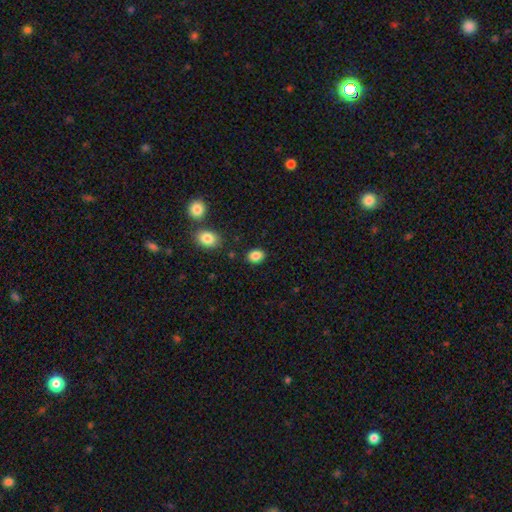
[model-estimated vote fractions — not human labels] smooth-or-featured: smooth: 87% | star or artifact: 9% | featured or disk: 4%
  how-rounded: in between: 66% | round: 33% | cigar-shaped: 1%
  merging: none: 85% | minor disturbance: 9% | merger: 3% | major disturbance: 3%